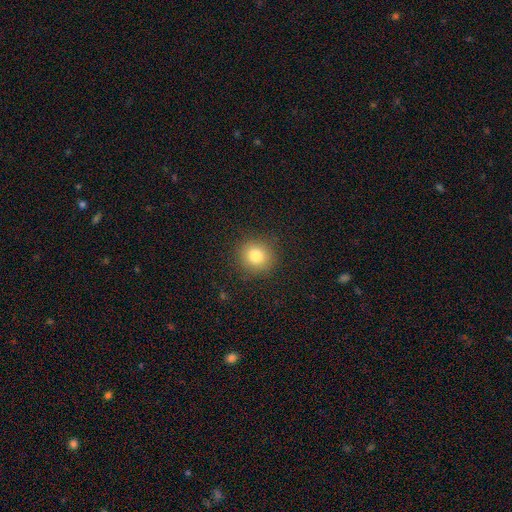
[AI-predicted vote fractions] Smooth or featured? smooth (82%)
How rounded? round (89%)
Merging? none (89%)